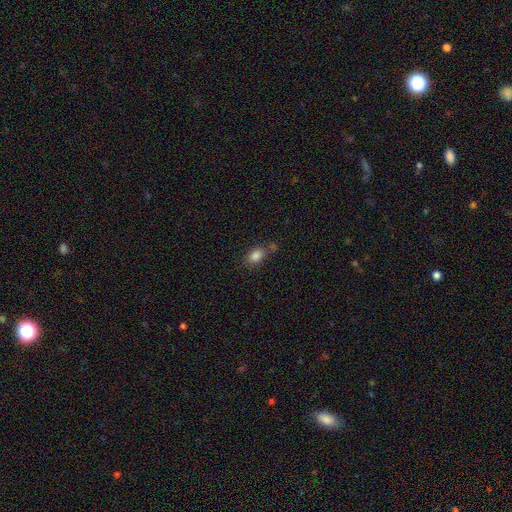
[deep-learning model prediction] smooth_or_featured: smooth (p=0.83) [alt: star or artifact p=0.10]
how_rounded: in between (p=0.74) [alt: round p=0.24]
merging: none (p=0.56) [alt: merger p=0.20]